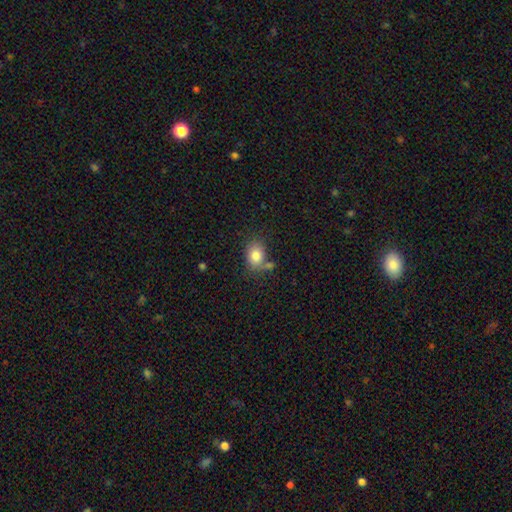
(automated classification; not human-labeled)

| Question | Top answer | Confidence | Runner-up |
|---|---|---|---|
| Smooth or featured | smooth | 82% | featured or disk (9%) |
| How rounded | in between | 64% | round (35%) |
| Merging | none | 63% | minor disturbance (17%) |